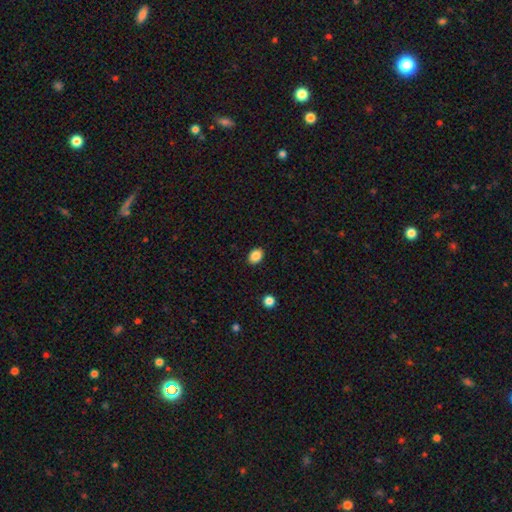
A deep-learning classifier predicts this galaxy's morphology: This appears to be a smooth galaxy with no disk features (88%) that is in between round and cigar-shaped (64%). Merging: none (90%).